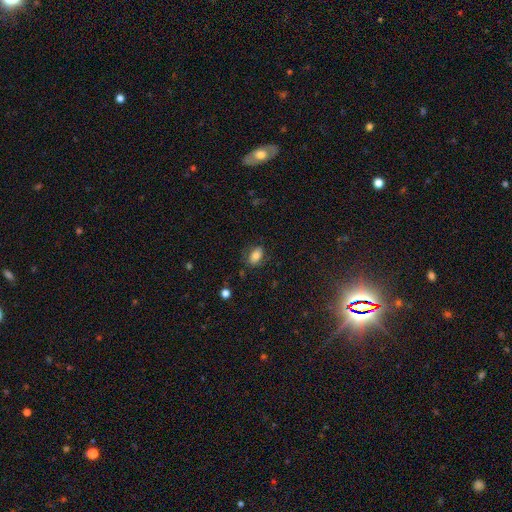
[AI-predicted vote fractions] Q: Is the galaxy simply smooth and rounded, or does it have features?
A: smooth — 76%.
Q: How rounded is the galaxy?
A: in between — 87%.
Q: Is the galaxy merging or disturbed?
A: none — 74%.